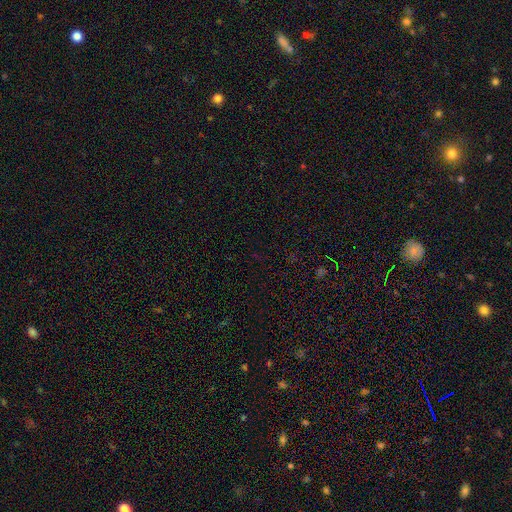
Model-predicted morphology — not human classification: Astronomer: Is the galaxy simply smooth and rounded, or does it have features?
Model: star or artifact — 73%.